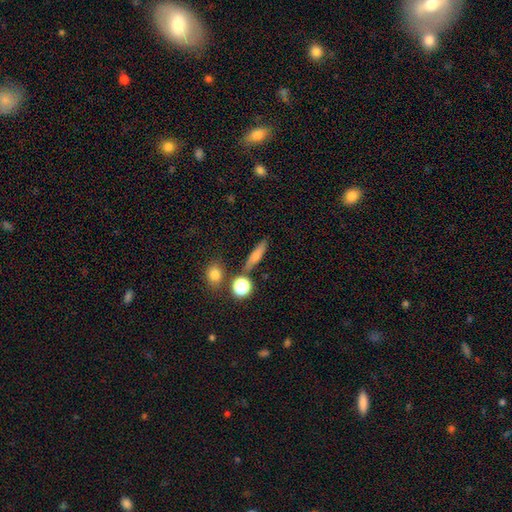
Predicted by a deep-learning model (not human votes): Smooth or featured? smooth (67%)
How rounded? cigar-shaped (68%)
Merging? none (79%)